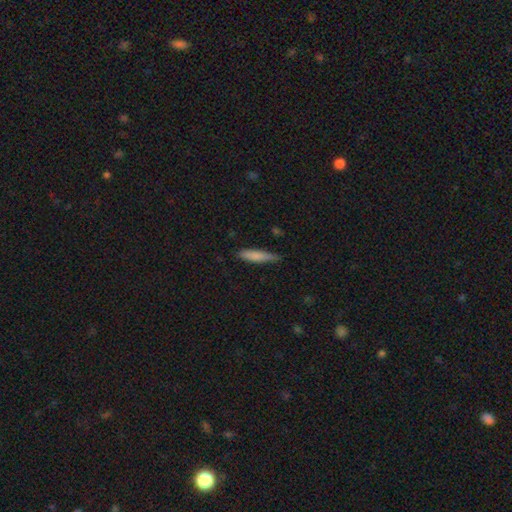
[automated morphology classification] type=smooth (79%); roundness=cigar-shaped (85%); merging=none (71%).